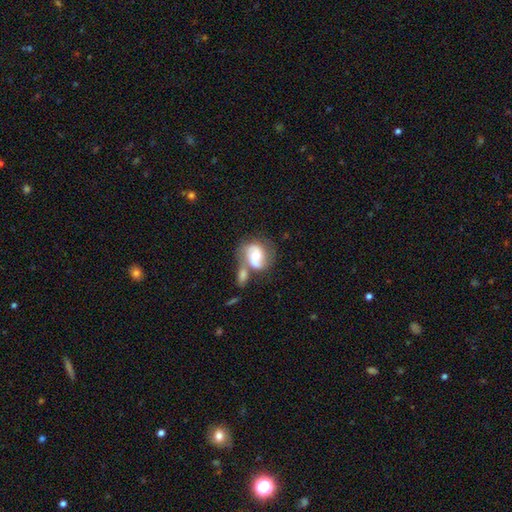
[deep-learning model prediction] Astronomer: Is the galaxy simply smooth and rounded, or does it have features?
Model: featured or disk — 58% (runner-up: smooth, 35%).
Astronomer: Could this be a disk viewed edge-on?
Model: no — 97%.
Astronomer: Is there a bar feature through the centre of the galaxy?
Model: no — 60%.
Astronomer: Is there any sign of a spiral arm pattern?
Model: yes — 77%.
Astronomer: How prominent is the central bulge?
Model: moderate — 69%.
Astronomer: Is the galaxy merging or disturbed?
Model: merger — 42% (runner-up: none, 33%).